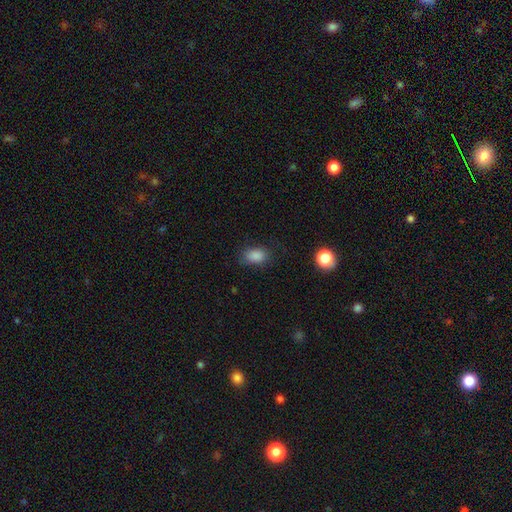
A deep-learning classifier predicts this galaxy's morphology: Smooth or featured: smooth — 86% (star or artifact — 10%)
How rounded: in between — 84% (round — 14%)
Merging: none — 77% (minor disturbance — 17%)